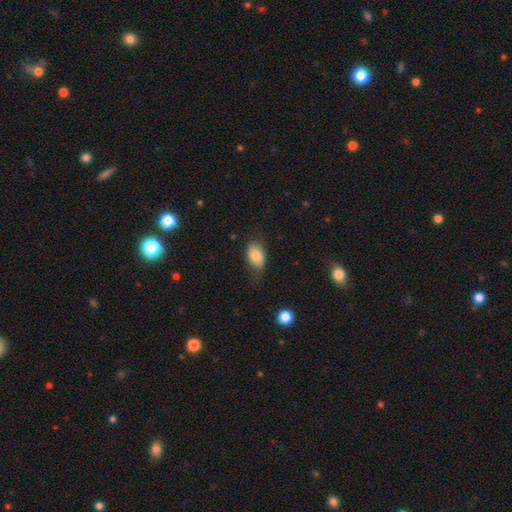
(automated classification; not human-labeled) smooth-or-featured: smooth: 78% | featured or disk: 14% | star or artifact: 7%
  how-rounded: in between: 87% | round: 11% | cigar-shaped: 2%
  merging: none: 63% | minor disturbance: 27% | major disturbance: 9% | merger: 2%